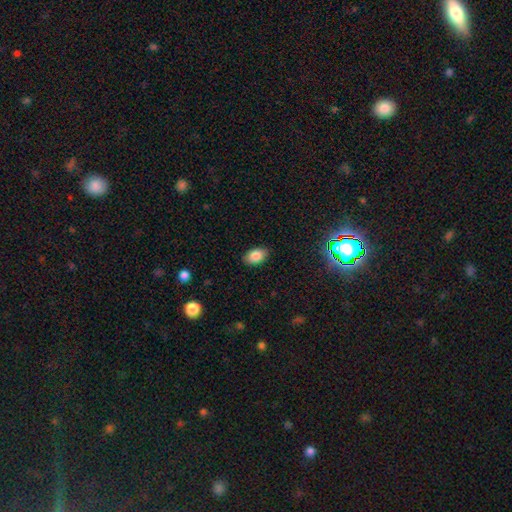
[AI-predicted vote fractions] smooth 85%, star or artifact 8%, featured or disk 7%. Down the decision tree: how rounded — in between (89%); merging — none (87%).